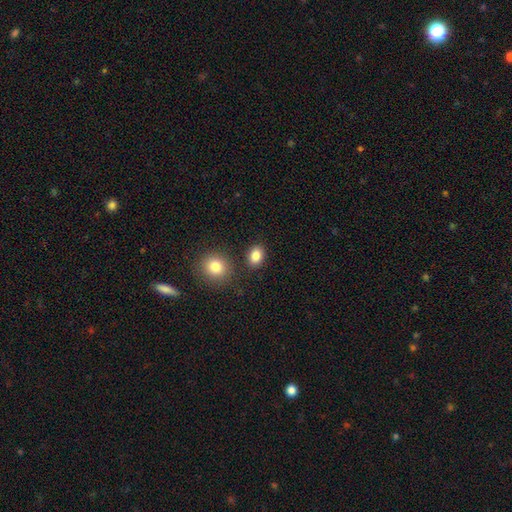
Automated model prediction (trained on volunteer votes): Smooth or featured: smooth — 85% (star or artifact — 10%)
How rounded: in between — 62% (round — 37%)
Merging: none — 82% (minor disturbance — 9%)